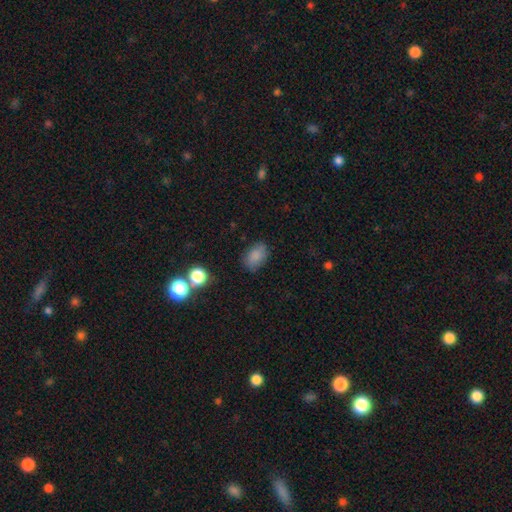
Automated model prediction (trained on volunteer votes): A smooth galaxy with no disk features (84%) that is in between round and cigar-shaped (85%). Merging: none (79%).